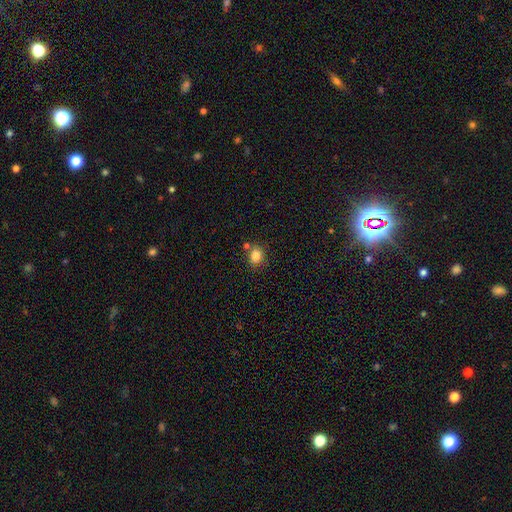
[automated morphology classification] A smooth galaxy with no disk features (83%) that is round (52%). Merging: none (67%).